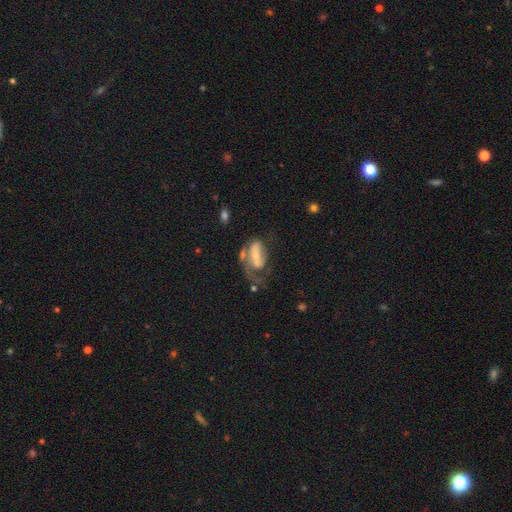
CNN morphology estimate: smooth_or_featured: featured or disk (p=0.66) [alt: smooth p=0.27]
disk_edge_on: no (p=0.93) [alt: yes p=0.07]
bar: strong (p=0.34) [alt: no p=0.33]
has_spiral_arms: yes (p=0.76) [alt: no p=0.24]
bulge_size: small (p=0.52) [alt: moderate p=0.37]
merging: major disturbance (p=0.44) [alt: none p=0.27]